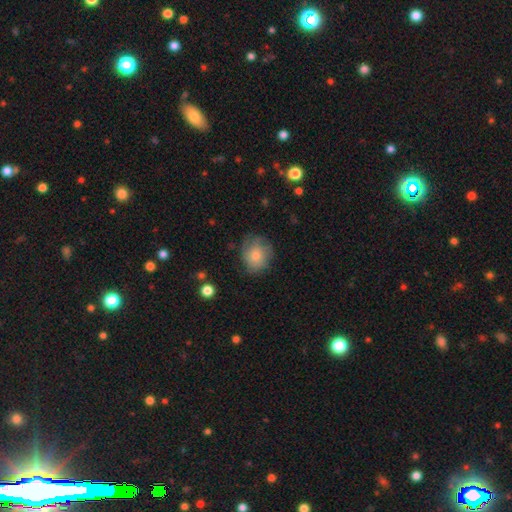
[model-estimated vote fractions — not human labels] smooth 75%, featured or disk 17%, star or artifact 8%. Down the decision tree: how rounded — round (72%); merging — none (68%).